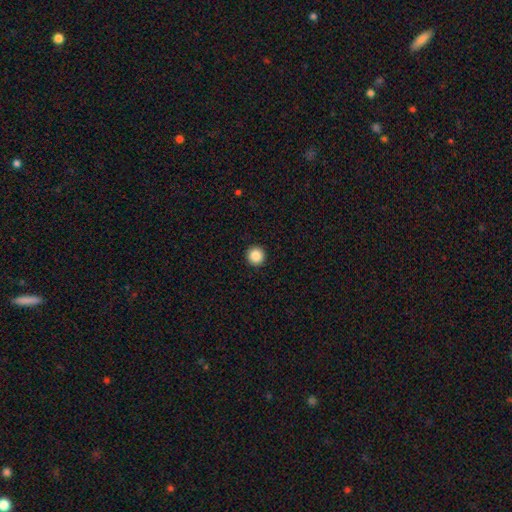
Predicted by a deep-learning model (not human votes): smooth 87%, star or artifact 10%, featured or disk 3%. Down the decision tree: how rounded — round (96%); merging — none (94%).